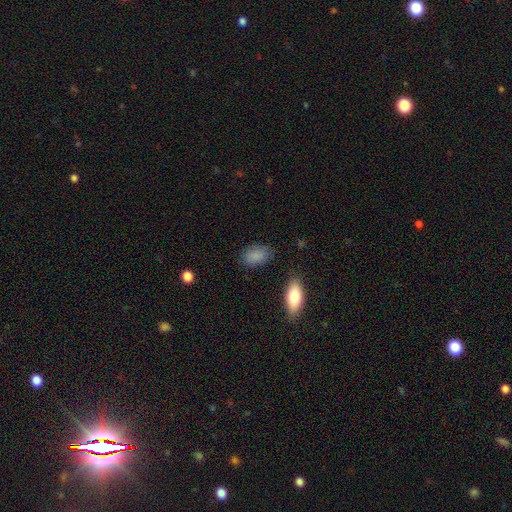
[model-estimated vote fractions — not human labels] Smooth or featured? smooth (87%)
How rounded? in between (91%)
Merging? none (78%)